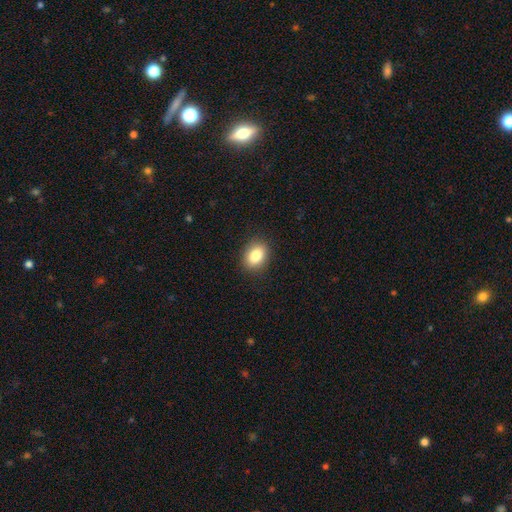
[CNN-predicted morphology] A smooth galaxy with no disk features (85%) that is in between round and cigar-shaped (67%). Merging: none (88%).